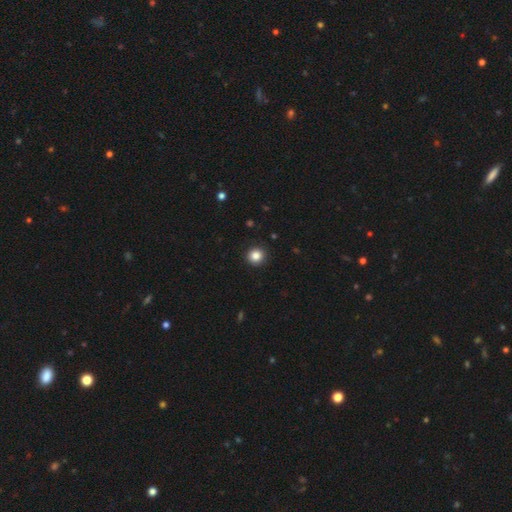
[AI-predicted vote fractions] Smooth or featured? smooth (85%)
How rounded? round (93%)
Merging? none (92%)